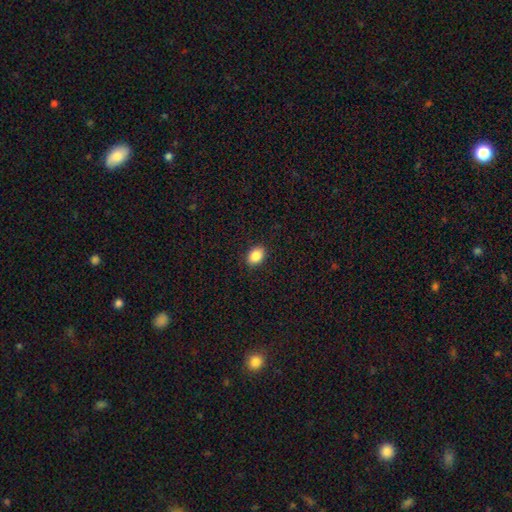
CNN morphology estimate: smooth 87%, star or artifact 8%, featured or disk 5%. Down the decision tree: how rounded — in between (74%); merging — none (90%).